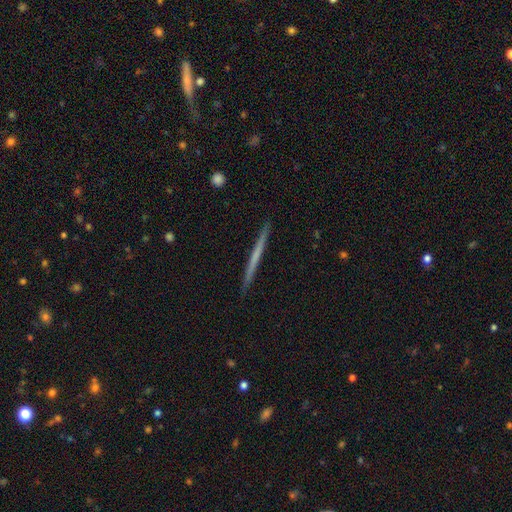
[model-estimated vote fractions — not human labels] Smooth or featured?
  - featured or disk: 51% *
  - smooth: 44%
  - star or artifact: 5%
Edge-on disk?
  - yes: 98% *
  - no: 2%
Merging?
  - none: 92% *
  - minor disturbance: 5%
  - major disturbance: 1%
  - merger: 1%